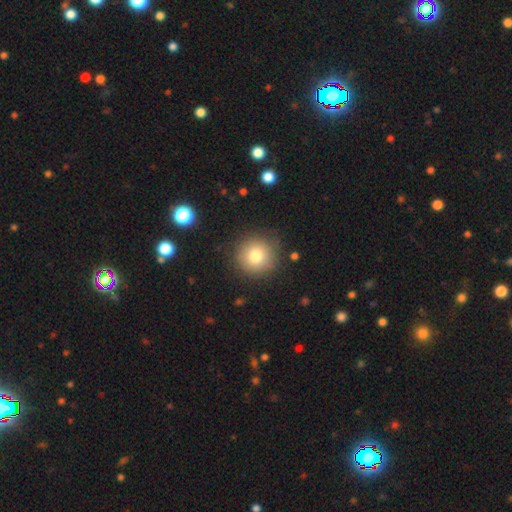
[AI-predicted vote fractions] smooth-or-featured: smooth: 78% | star or artifact: 11% | featured or disk: 11%
  how-rounded: round: 94% | in between: 5% | cigar-shaped: 1%
  merging: none: 87% | minor disturbance: 9% | major disturbance: 3% | merger: 2%